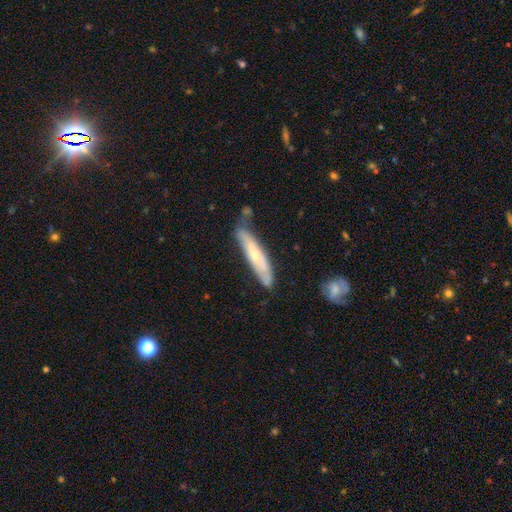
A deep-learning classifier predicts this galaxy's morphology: smooth 49%, featured or disk 45%, star or artifact 6%. Down the decision tree: merging — none (66%).